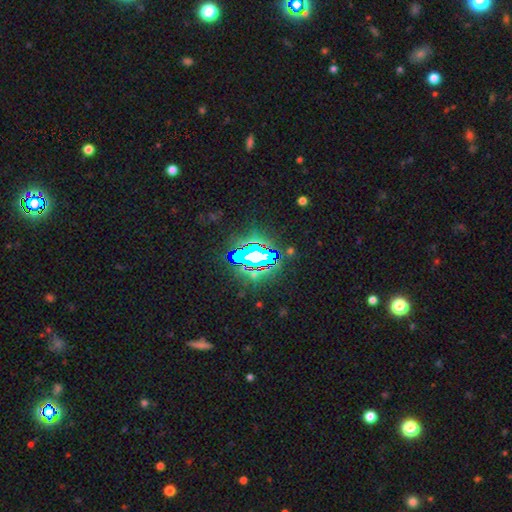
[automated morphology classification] This appears to be a star or artifact, not a galaxy (75%).